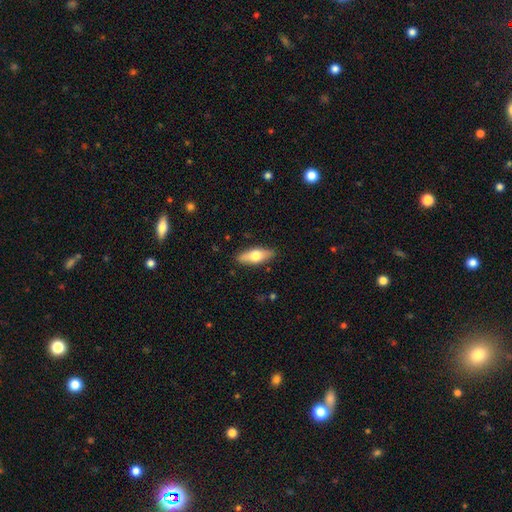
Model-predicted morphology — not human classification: Smooth or featured? smooth (59%)
How rounded? in between (69%)
Merging? none (88%)